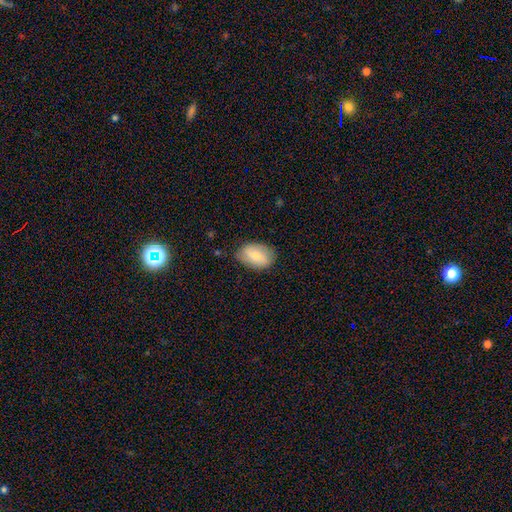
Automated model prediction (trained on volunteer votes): Smooth or featured: smooth — 71% (featured or disk — 22%)
How rounded: in between — 88% (round — 11%)
Merging: none — 76% (minor disturbance — 19%)